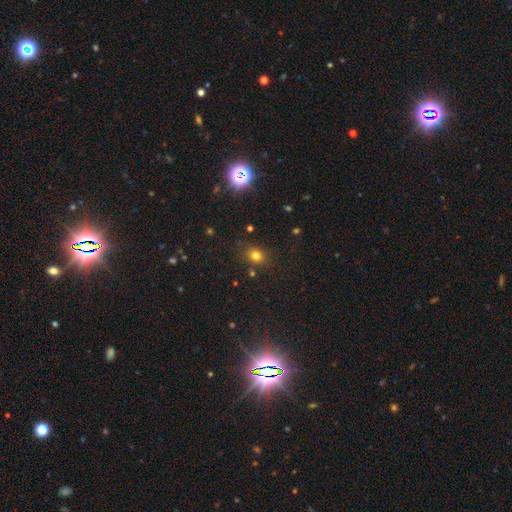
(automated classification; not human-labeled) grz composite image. It shows a smooth galaxy with no disk features (75%) that is round (62%). Merging: none (81%).